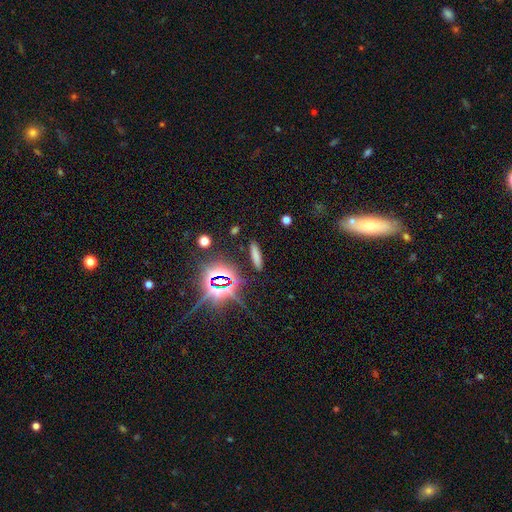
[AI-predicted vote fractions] The model was most divided on "smooth or featured": smooth: 67%, star or artifact: 24%, featured or disk: 9%. More confident: merging — none (87%); how rounded — cigar-shaped (76%).